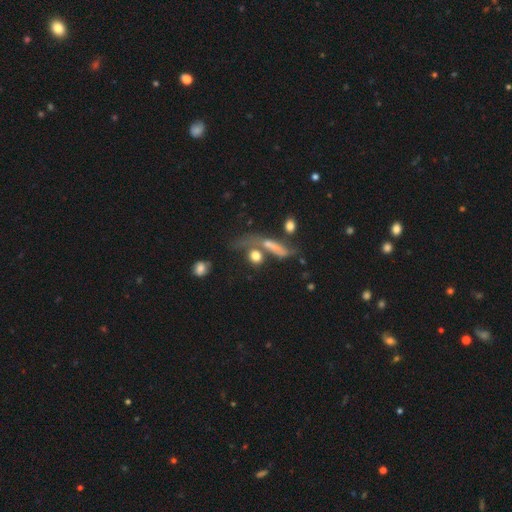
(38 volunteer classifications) Smooth or featured: smooth — 82% (featured or disk — 16%)
How rounded: round — 48% (in between — 35%)
Merging: none — 35% (merger — 27%)